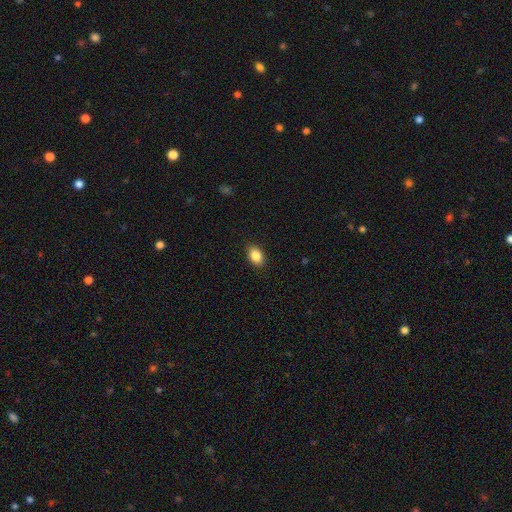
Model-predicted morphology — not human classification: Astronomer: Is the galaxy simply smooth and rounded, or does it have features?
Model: smooth — 87%.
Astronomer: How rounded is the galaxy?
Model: in between — 80%.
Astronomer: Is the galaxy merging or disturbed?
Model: none — 89%.